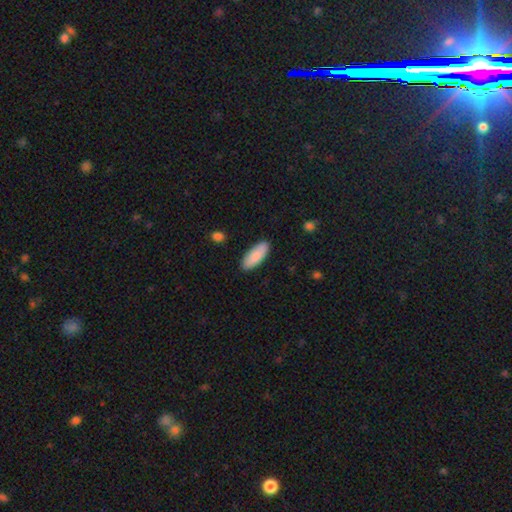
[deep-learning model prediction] Smooth or featured? Predicted: smooth (p=0.87). How rounded? Predicted: in between (p=0.76). Merging? Predicted: none (p=0.89).